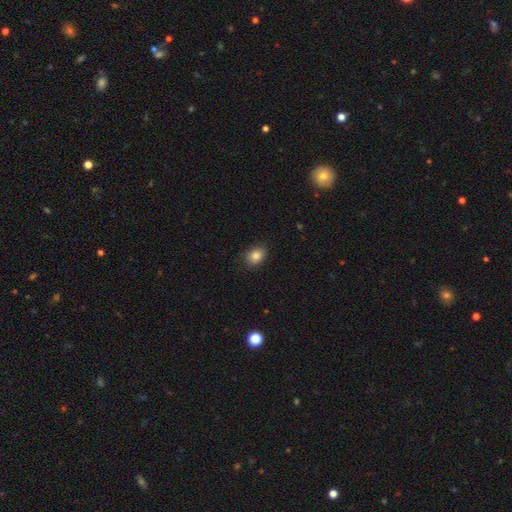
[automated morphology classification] A smooth galaxy with no disk features (84%) that is in between round and cigar-shaped (56%).

Vote fractions:
- Smooth or featured? smooth: 84% / star or artifact: 10% / featured or disk: 6%
- How rounded? in between: 56% / round: 43% / cigar-shaped: 1%
- Merging? none: 83% / minor disturbance: 14% / major disturbance: 3% / merger: 1%